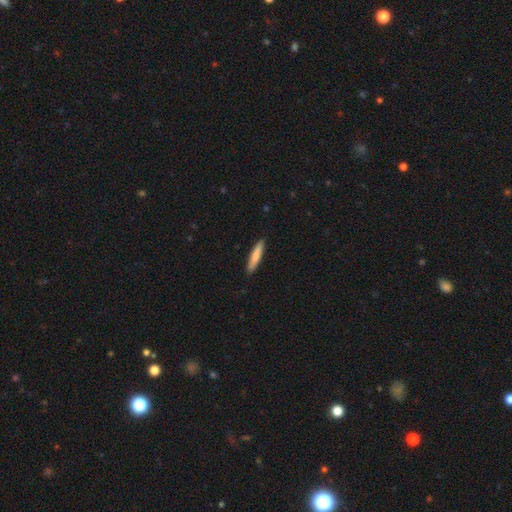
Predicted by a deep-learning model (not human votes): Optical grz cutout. It shows a smooth galaxy with no disk features (80%) that is cigar-shaped (90%). Merging: none (91%).